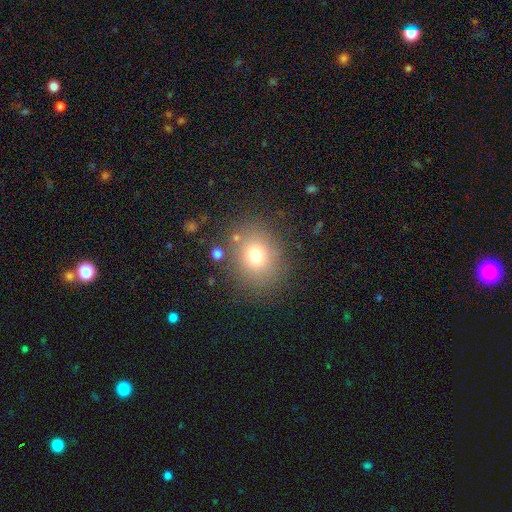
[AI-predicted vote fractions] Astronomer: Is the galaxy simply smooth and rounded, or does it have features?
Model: smooth — 73%.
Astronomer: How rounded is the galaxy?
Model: round — 64%.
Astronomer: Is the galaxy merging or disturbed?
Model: none — 80%.